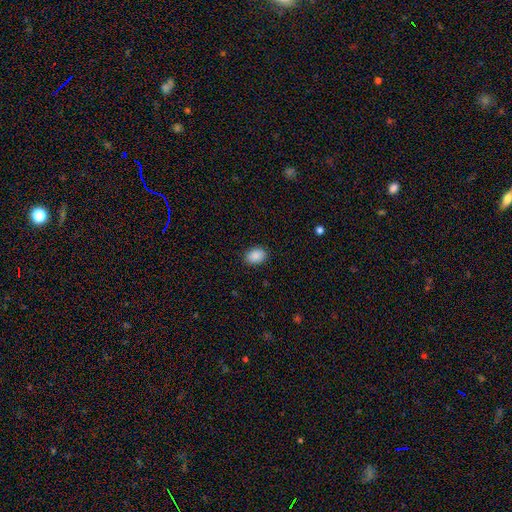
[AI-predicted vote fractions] Q: Smooth or featured?
A: smooth (90%); runner-up: star or artifact (7%)
Q: How rounded?
A: in between (76%); runner-up: round (23%)
Q: Merging?
A: none (89%); runner-up: minor disturbance (8%)